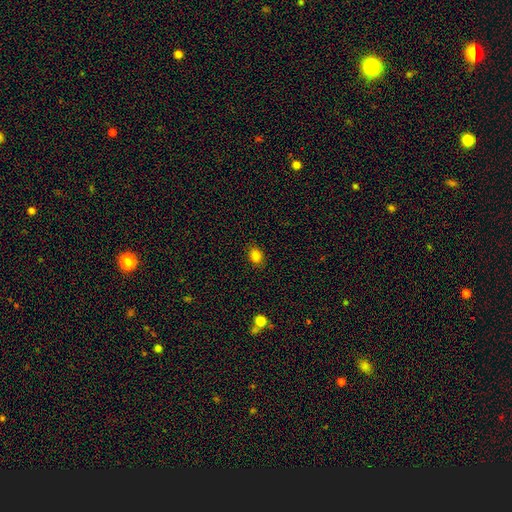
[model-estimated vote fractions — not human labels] Q: Smooth or featured?
A: smooth (84%); runner-up: star or artifact (11%)
Q: How rounded?
A: in between (62%); runner-up: round (37%)
Q: Merging?
A: none (87%); runner-up: minor disturbance (9%)